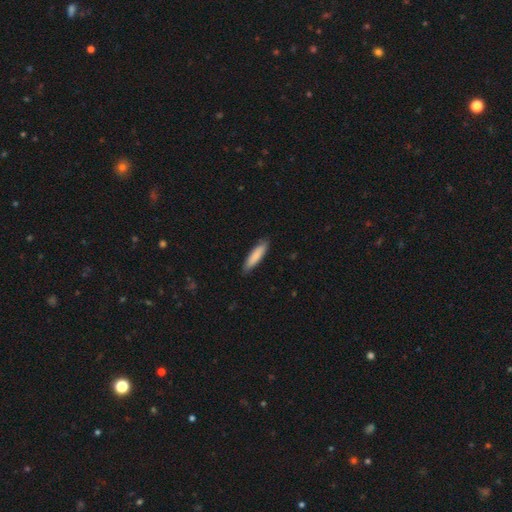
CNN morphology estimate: A smooth galaxy with no disk features (84%) that is cigar-shaped (76%).

Vote fractions:
- Smooth or featured? smooth: 84% / featured or disk: 10% / star or artifact: 5%
- How rounded? cigar-shaped: 76% / in between: 23% / round: 1%
- Merging? none: 86% / minor disturbance: 11% / major disturbance: 2% / merger: 1%